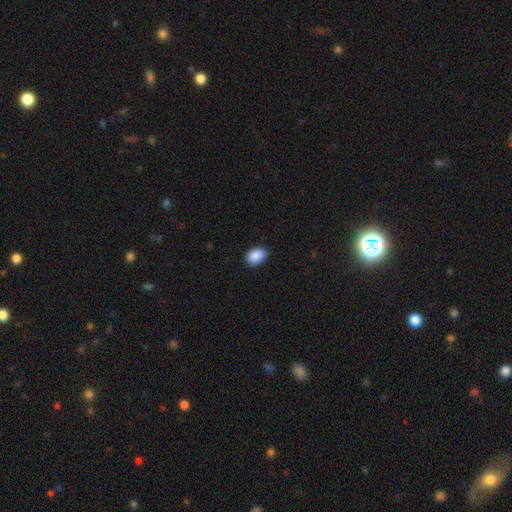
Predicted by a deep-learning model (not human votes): Morphology: type=smooth (90%); roundness=in between (81%); merging=none (85%).